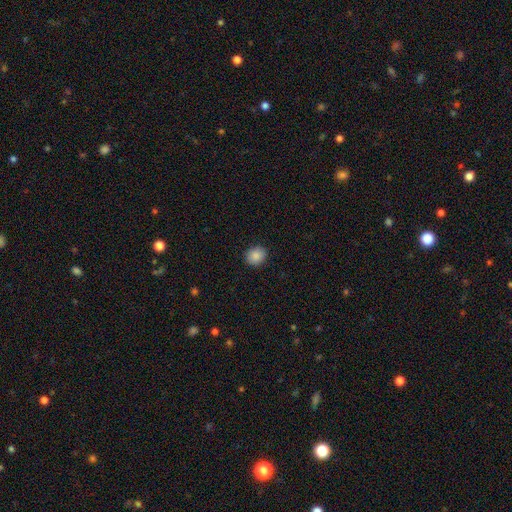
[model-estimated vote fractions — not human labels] Q: Smooth or featured?
A: smooth (88%); runner-up: star or artifact (9%)
Q: How rounded?
A: round (70%); runner-up: in between (29%)
Q: Merging?
A: none (90%); runner-up: minor disturbance (7%)